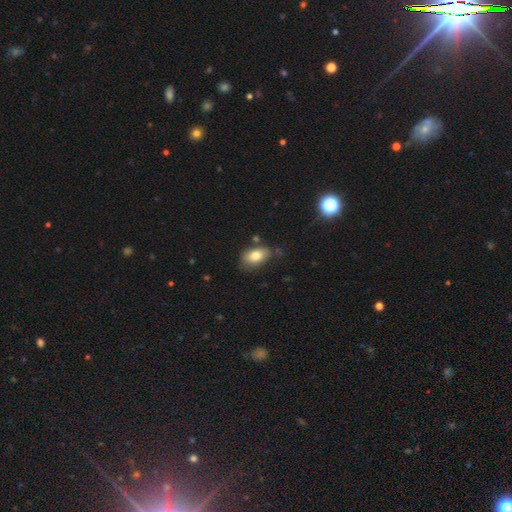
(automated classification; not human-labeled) smooth 79%, featured or disk 13%, star or artifact 9%. Down the decision tree: how rounded — in between (89%); merging — none (69%).